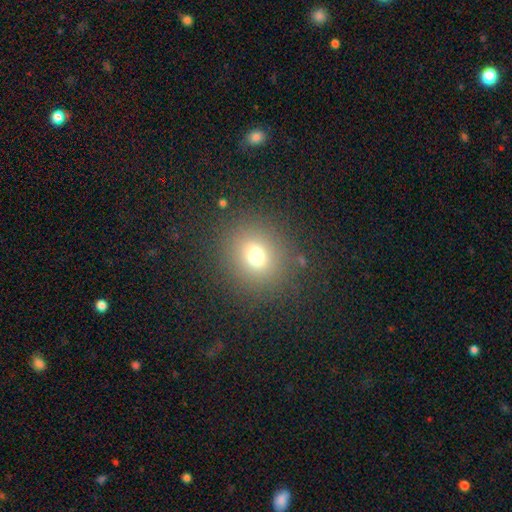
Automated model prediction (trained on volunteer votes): Smooth or featured?
  - smooth: 72% *
  - star or artifact: 18%
  - featured or disk: 10%
How rounded?
  - round: 81% *
  - in between: 18%
  - cigar-shaped: 1%
Merging?
  - none: 85% *
  - minor disturbance: 8%
  - major disturbance: 5%
  - merger: 2%